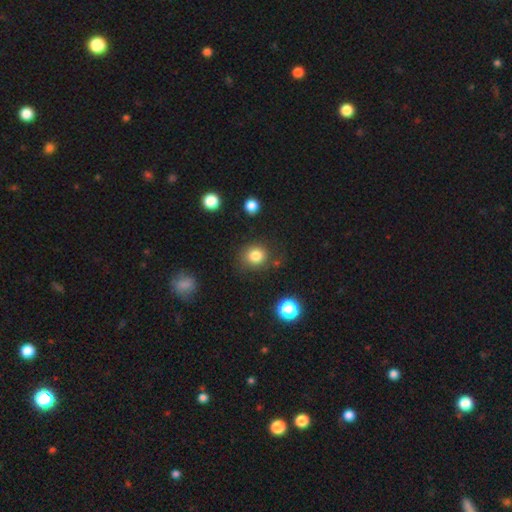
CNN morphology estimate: A smooth galaxy with no disk features (82%) that is round (79%).

Vote fractions:
- Smooth or featured? smooth: 82% / star or artifact: 11% / featured or disk: 7%
- How rounded? round: 79% / in between: 20% / cigar-shaped: 1%
- Merging? none: 80% / minor disturbance: 12% / major disturbance: 5% / merger: 3%